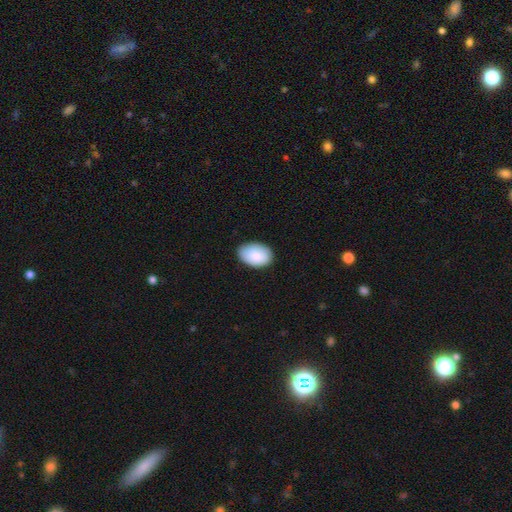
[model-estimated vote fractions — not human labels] Overall: smooth (89%). How rounded: in between (90%). Merging: none (84%).